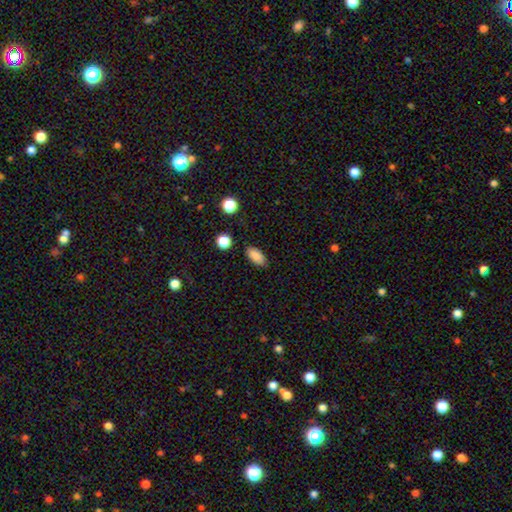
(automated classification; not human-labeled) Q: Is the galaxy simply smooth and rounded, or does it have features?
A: smooth — 87%.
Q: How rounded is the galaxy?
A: in between — 90%.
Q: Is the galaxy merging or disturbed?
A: none — 85%.